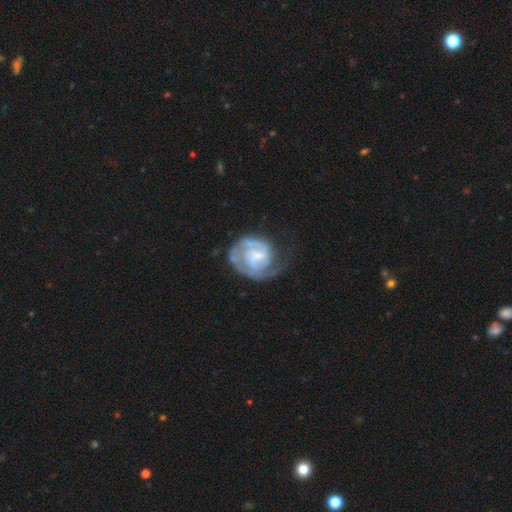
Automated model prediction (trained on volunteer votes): Morphology: type=featured or disk (75%); edge-on=no (98%); bar=no (48%); spiral arms=yes (85%); winding=tight (44%); arm count=2 (38%); bulge=small (44%); merging=none (40%).